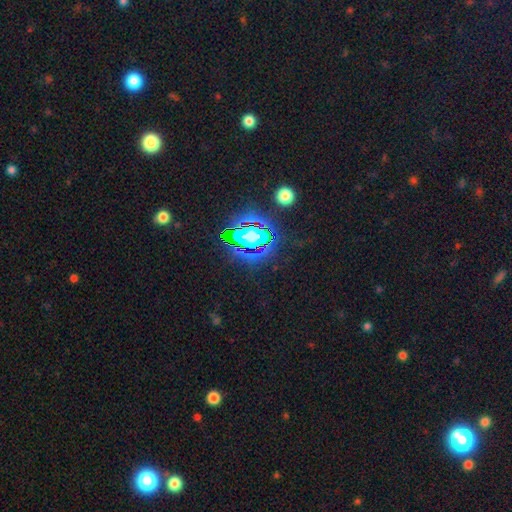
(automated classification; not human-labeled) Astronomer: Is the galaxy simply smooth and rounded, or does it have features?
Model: star or artifact — 83%.